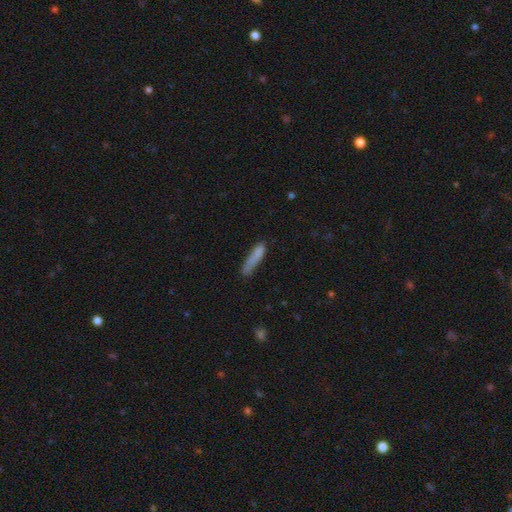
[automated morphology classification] Overall: smooth (79%). How rounded: cigar-shaped (86%). Merging: none (59%; minor disturbance 26%).